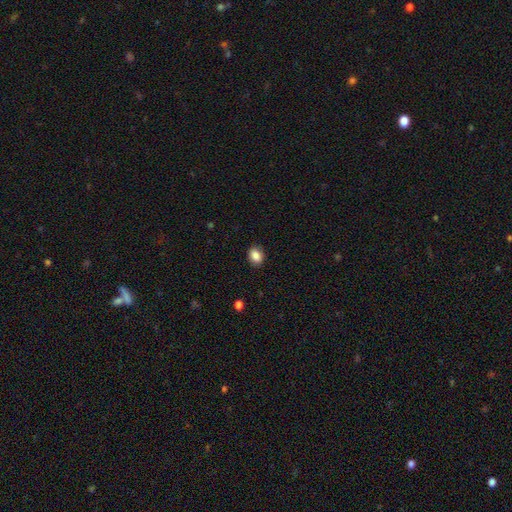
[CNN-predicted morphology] This appears to be a smooth galaxy with no disk features (87%) that is in between round and cigar-shaped (58%). Merging: none (89%).